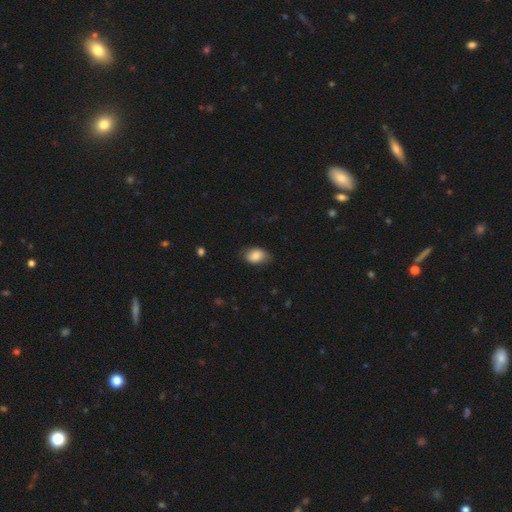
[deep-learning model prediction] smooth_or_featured: smooth (p=0.83) [alt: featured or disk p=0.10]
how_rounded: in between (p=0.86) [alt: round p=0.12]
merging: none (p=0.72) [alt: minor disturbance p=0.22]